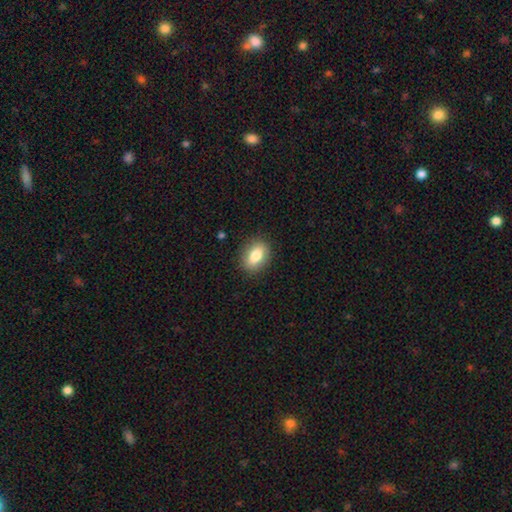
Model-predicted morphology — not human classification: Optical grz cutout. It shows a smooth galaxy with no disk features (79%) that is in between round and cigar-shaped (79%). Merging: none (87%).